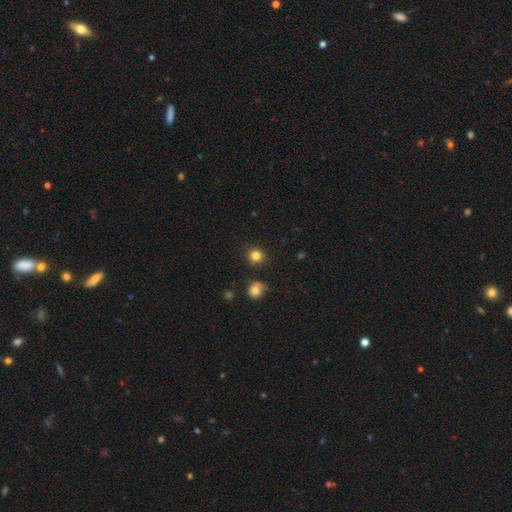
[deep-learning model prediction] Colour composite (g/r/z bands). It shows a smooth galaxy with no disk features (83%) that is round (87%). Merging: none (84%).